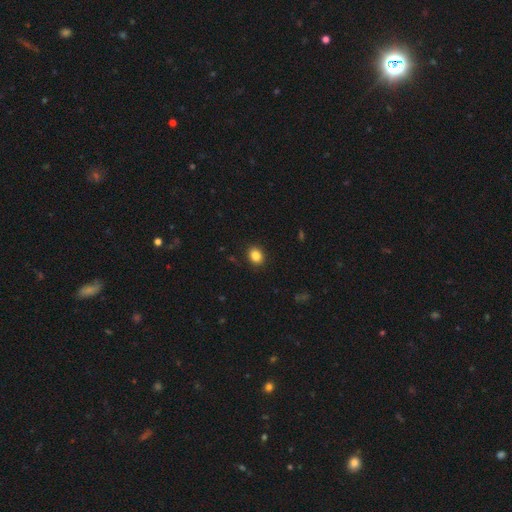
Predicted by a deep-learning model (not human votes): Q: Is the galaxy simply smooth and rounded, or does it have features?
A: smooth — 86%.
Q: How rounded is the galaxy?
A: in between — 51%.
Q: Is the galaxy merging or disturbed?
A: none — 89%.